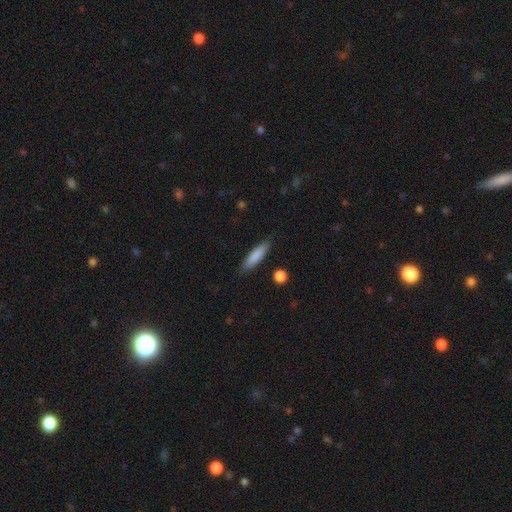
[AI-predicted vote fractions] smooth_or_featured: smooth (p=0.82) [alt: featured or disk p=0.12]
how_rounded: cigar-shaped (p=0.77) [alt: in between p=0.21]
merging: none (p=0.86) [alt: minor disturbance p=0.11]